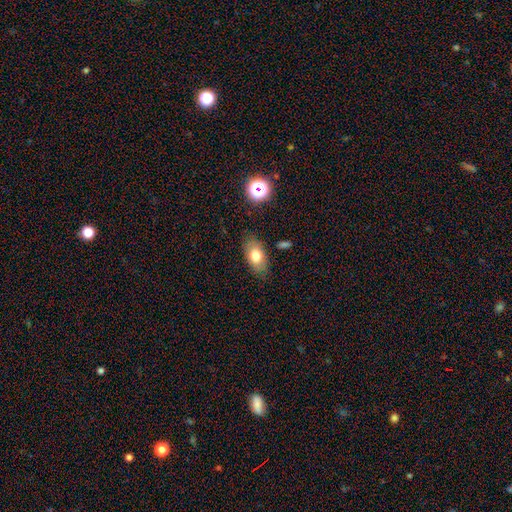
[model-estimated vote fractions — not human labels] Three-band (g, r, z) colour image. It shows a smooth galaxy with no disk features (74%) that is in between round and cigar-shaped (89%). Merging: none (81%).